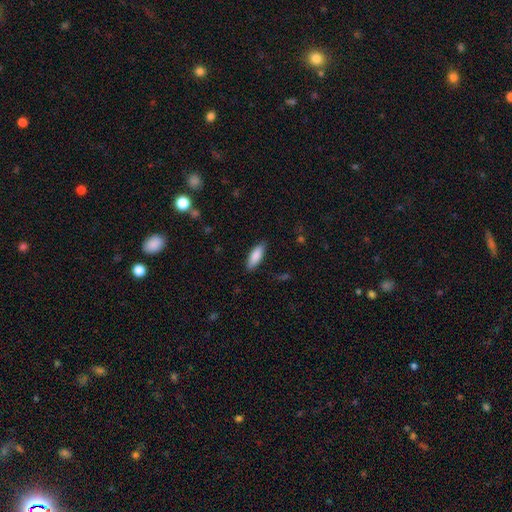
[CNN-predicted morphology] This is clearly a smooth galaxy (85%). How rounded: likely in between (66%). Merging: clearly none (84%).